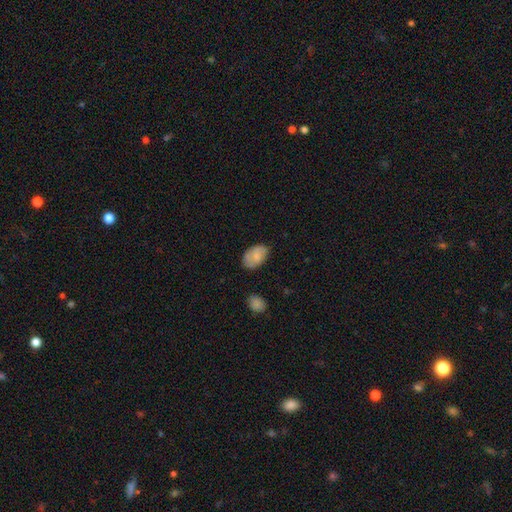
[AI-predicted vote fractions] Overall: smooth (76%). How rounded: in between (91%). Merging: none (68%).